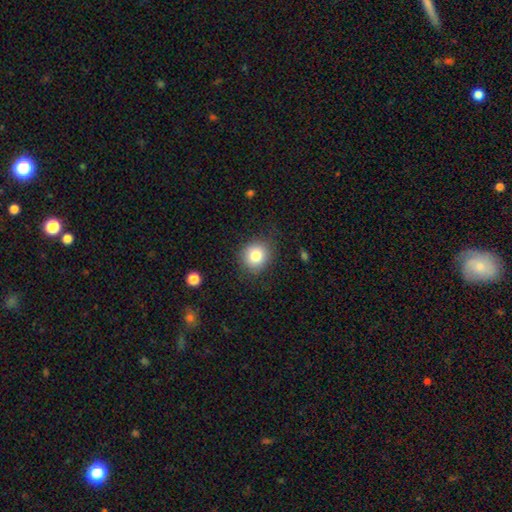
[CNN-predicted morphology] This is clearly a smooth galaxy (81%). How rounded: clearly round (82%). Merging: clearly none (83%).